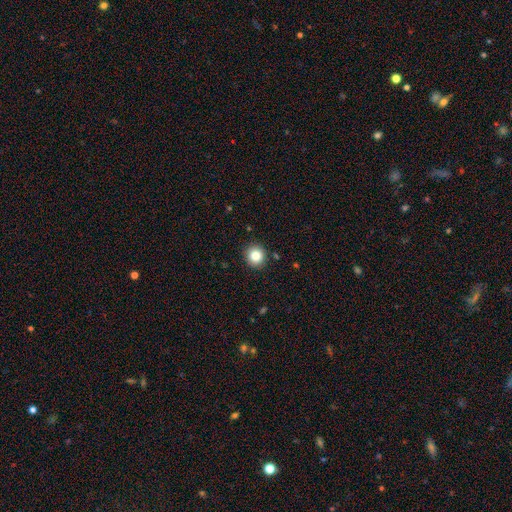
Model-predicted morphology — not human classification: This appears to be a smooth galaxy with no disk features (83%) that is round (91%). Merging: none (91%).